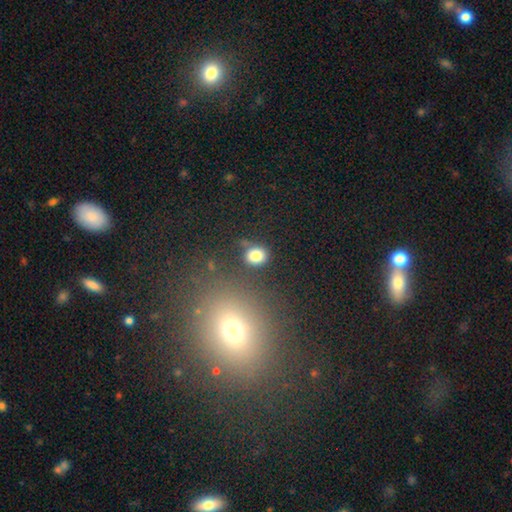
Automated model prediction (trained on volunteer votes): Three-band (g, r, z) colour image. It shows a smooth galaxy with no disk features (82%) that is round (66%). Merging: none (74%).